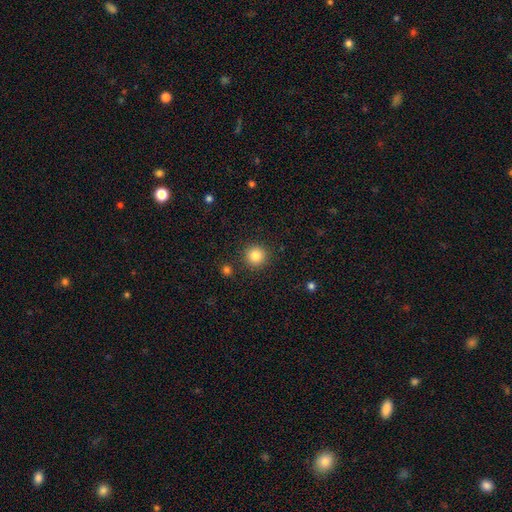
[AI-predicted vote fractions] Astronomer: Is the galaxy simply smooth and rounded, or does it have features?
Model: smooth — 84%.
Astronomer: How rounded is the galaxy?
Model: round — 95%.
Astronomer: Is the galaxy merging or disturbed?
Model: none — 91%.